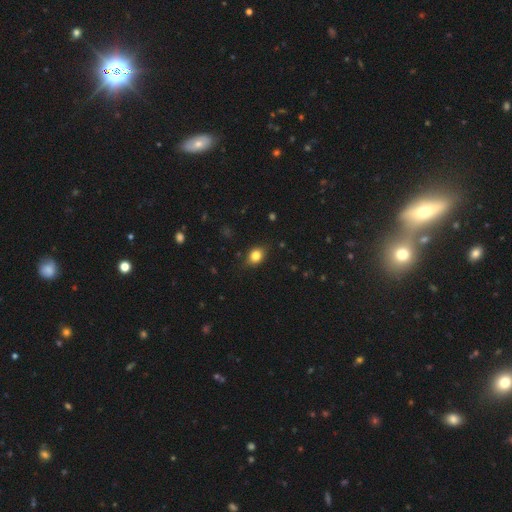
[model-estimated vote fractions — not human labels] Smooth or featured? smooth (82%)
How rounded? in between (59%)
Merging? none (82%)